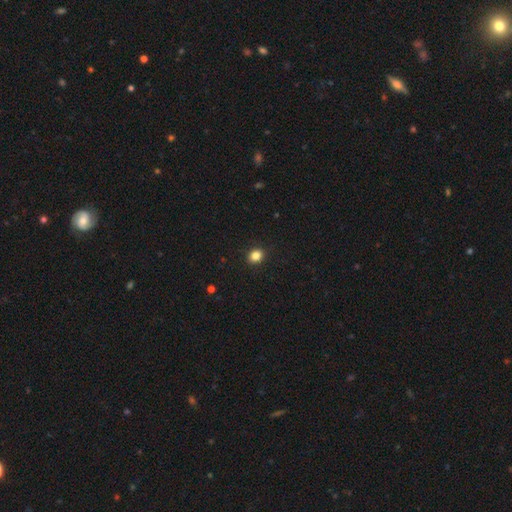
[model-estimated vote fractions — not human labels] Overall: smooth (85%). How rounded: round (62%; in between 37%). Merging: none (91%).